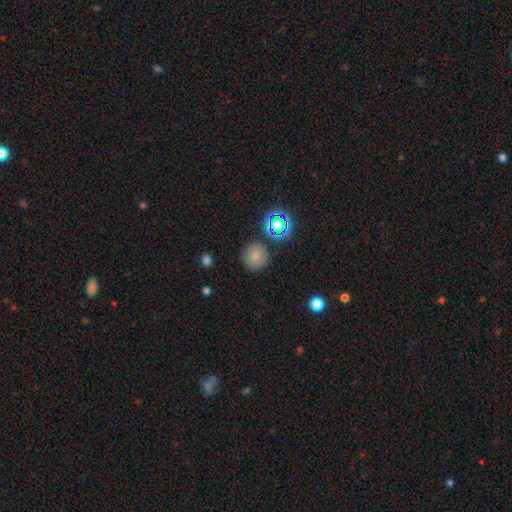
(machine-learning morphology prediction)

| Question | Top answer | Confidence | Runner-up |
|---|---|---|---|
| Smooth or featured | smooth | 74% | star or artifact (18%) |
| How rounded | round | 94% | in between (5%) |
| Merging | none | 85% | minor disturbance (9%) |